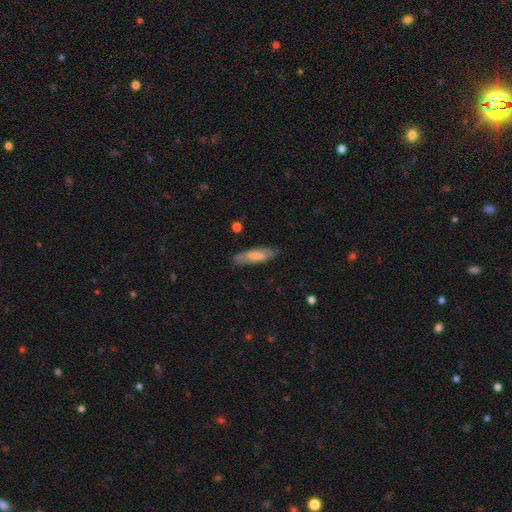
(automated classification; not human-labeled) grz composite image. It shows a smooth galaxy with no disk features (63%) that is in between round and cigar-shaped (49%, tied with cigar-shaped). Merging: none (76%).